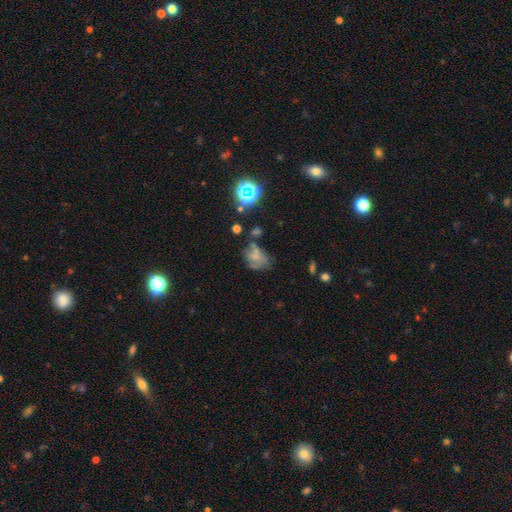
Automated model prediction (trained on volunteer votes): A smooth galaxy with no disk features (50%) that is in between round and cigar-shaped (69%). Merging: none (34%).